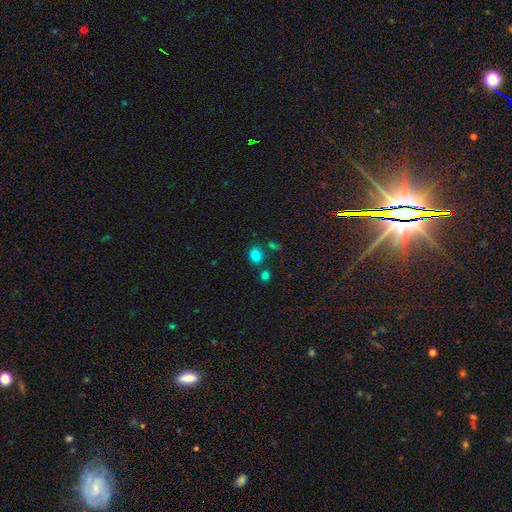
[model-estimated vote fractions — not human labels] smooth-or-featured: smooth: 82% | star or artifact: 12% | featured or disk: 6%
  how-rounded: round: 63% | in between: 36% | cigar-shaped: 1%
  merging: none: 77% | merger: 10% | minor disturbance: 10% | major disturbance: 3%